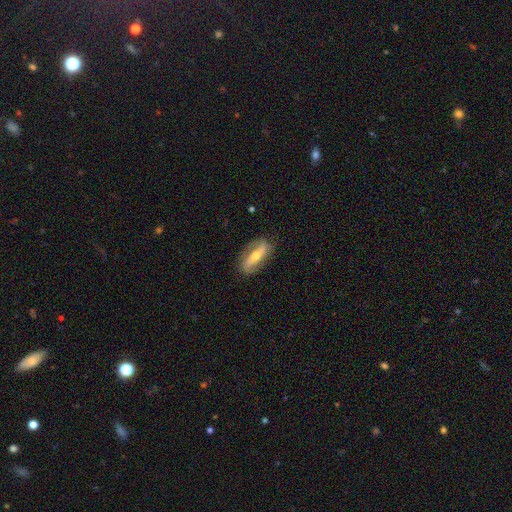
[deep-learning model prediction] The model was most divided on "bulge size": moderate: 56%, small: 39%, large: 3%, none: 1%, dominant: 1%. More confident: merging — none (81%); spiral arms — yes (79%); edge-on disk — no (77%); smooth or featured — featured or disk (70%); bar — strong (55%).